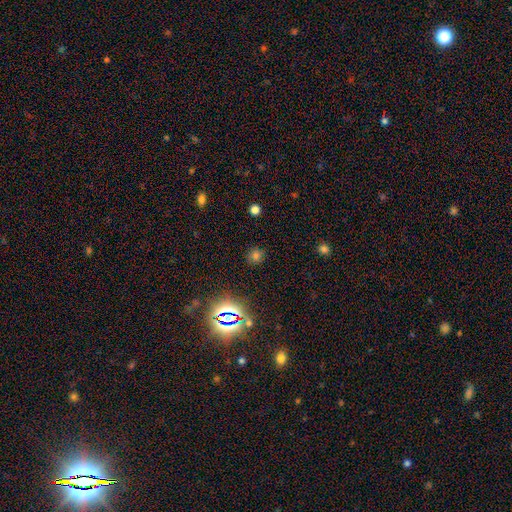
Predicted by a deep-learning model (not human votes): Smooth or featured: smooth — 55% (star or artifact — 38%)
How rounded: round — 84% (in between — 15%)
Merging: none — 85% (minor disturbance — 9%)